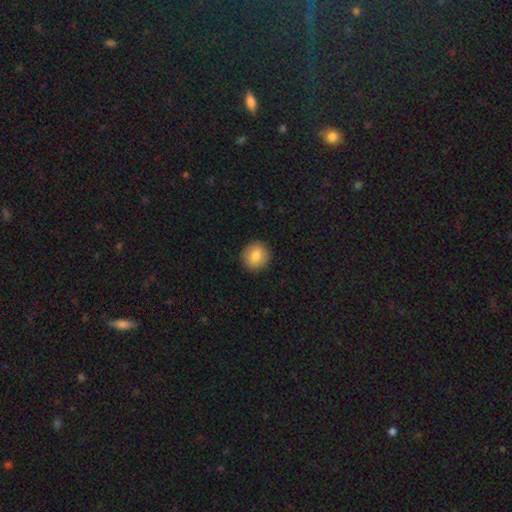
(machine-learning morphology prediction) A smooth galaxy with no disk features (83%) that is round (89%).

Vote fractions:
- Smooth or featured? smooth: 83% / featured or disk: 10% / star or artifact: 8%
- How rounded? round: 89% / in between: 10% / cigar-shaped: 1%
- Merging? none: 91% / minor disturbance: 7% / major disturbance: 2% / merger: 1%